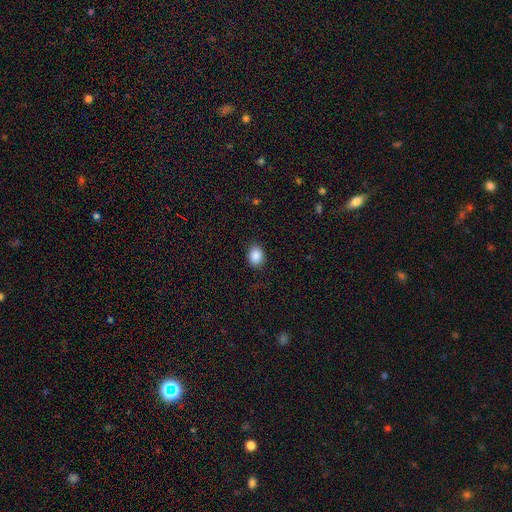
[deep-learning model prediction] This is clearly a smooth galaxy (88%). How rounded: possibly round (50%). Merging: clearly none (86%).